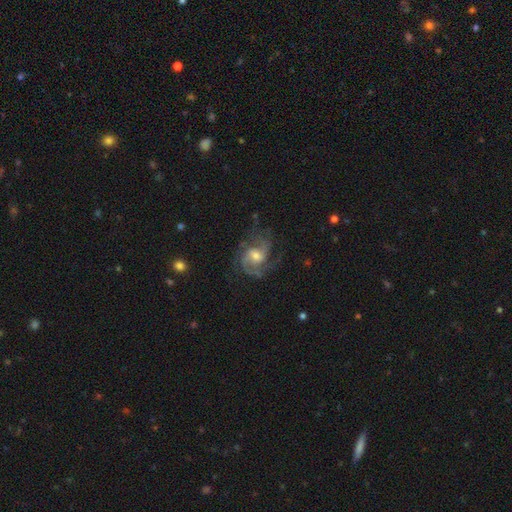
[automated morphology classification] This is clearly a featured or disk galaxy (84%). It is clearly not viewed edge-on (98%). Bar: possibly no (52%). Spiral arm pattern: clearly yes (95%). Spiral arm count: marginally 2 (36%). Spiral winding: possibly medium (52%). Central bulge: possibly moderate (59%). Merging: likely none (61%).